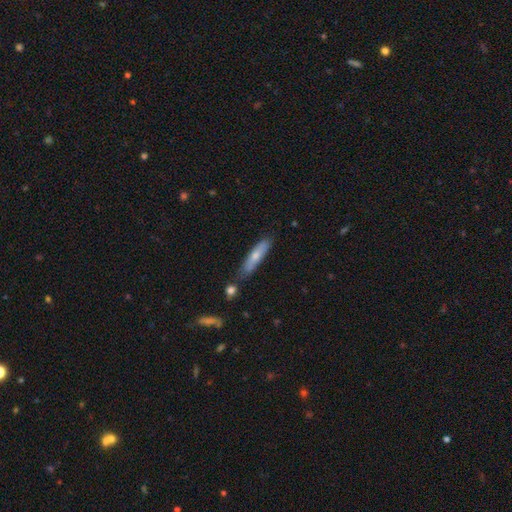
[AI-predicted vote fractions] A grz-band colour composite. It shows a smooth galaxy with no disk features (64%) that is cigar-shaped (82%). Merging: none (74%).